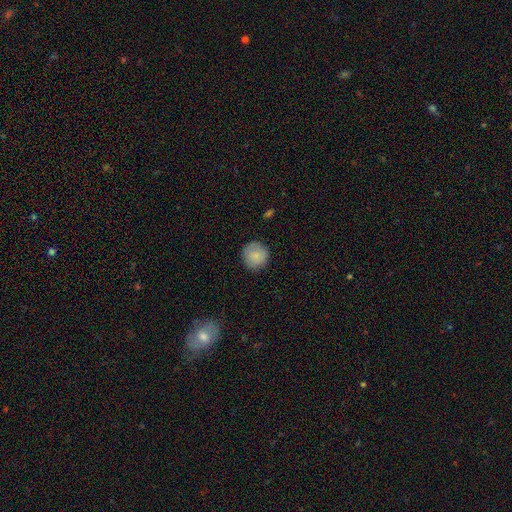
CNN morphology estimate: This appears to be a smooth galaxy with no disk features (84%) that is round (93%). Merging: none (87%).